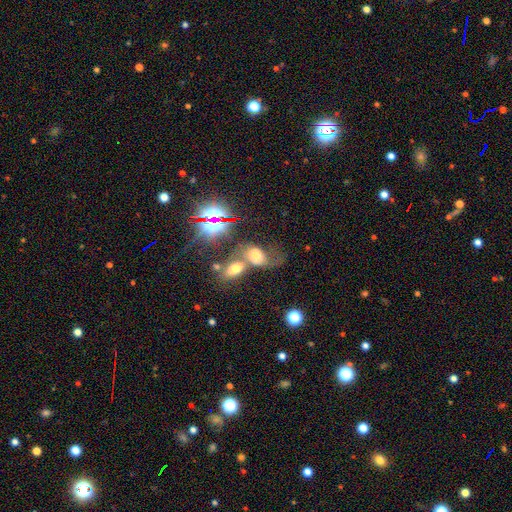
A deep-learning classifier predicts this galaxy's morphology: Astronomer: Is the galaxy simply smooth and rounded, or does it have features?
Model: smooth — 51%.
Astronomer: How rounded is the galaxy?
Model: in between — 79%.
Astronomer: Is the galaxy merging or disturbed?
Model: merger — 54%.